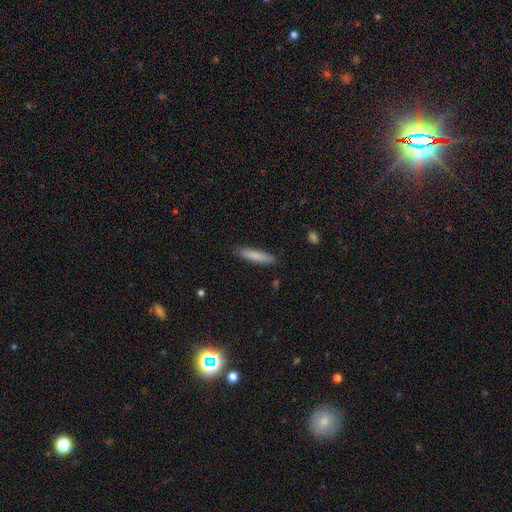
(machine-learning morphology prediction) Smooth or featured?
  - smooth: 81% *
  - featured or disk: 13%
  - star or artifact: 6%
How rounded?
  - cigar-shaped: 83% *
  - in between: 15%
  - round: 1%
Merging?
  - none: 87% *
  - minor disturbance: 10%
  - major disturbance: 2%
  - merger: 1%